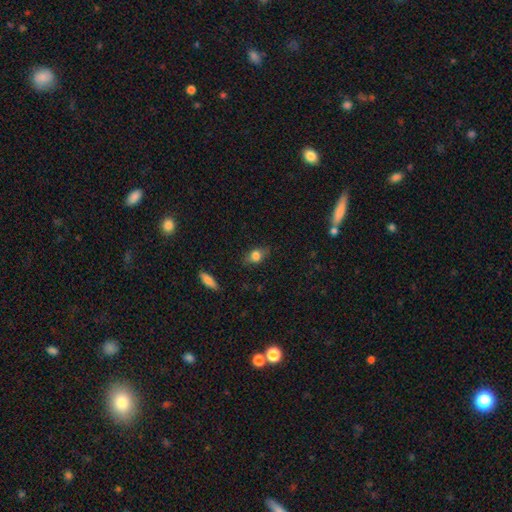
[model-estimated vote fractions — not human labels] Morphology: type=smooth (75%); roundness=in between (70%); merging=none (75%).